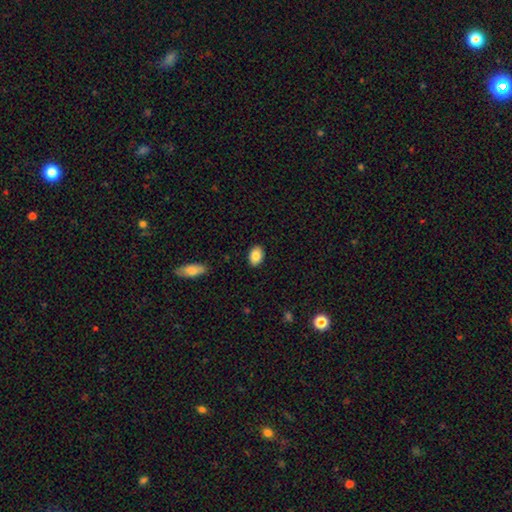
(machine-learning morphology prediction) Overall: smooth (85%). How rounded: in between (86%). Merging: none (88%).